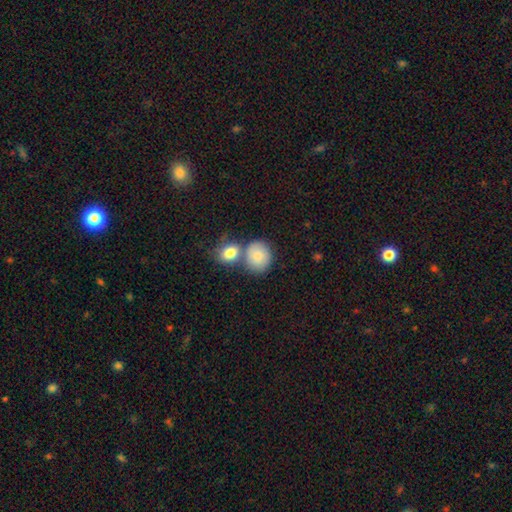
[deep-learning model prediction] Morphology: type=smooth (83%); roundness=round (68%); merging=none (48%).